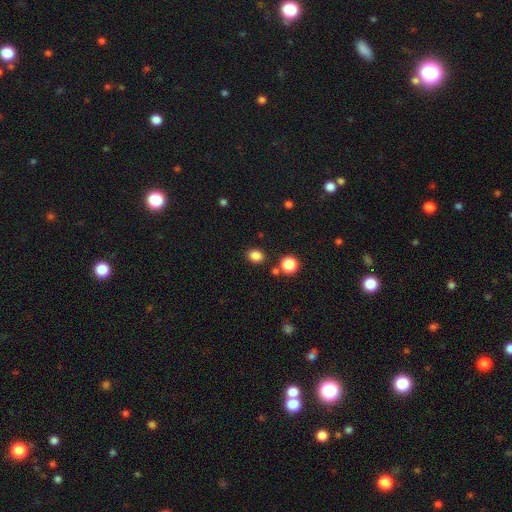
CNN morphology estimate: A smooth galaxy with no disk features (84%) that is in between round and cigar-shaped (58%).

Vote fractions:
- Smooth or featured? smooth: 84% / star or artifact: 12% / featured or disk: 4%
- How rounded? in between: 58% / round: 41% / cigar-shaped: 1%
- Merging? none: 82% / minor disturbance: 10% / merger: 5% / major disturbance: 3%